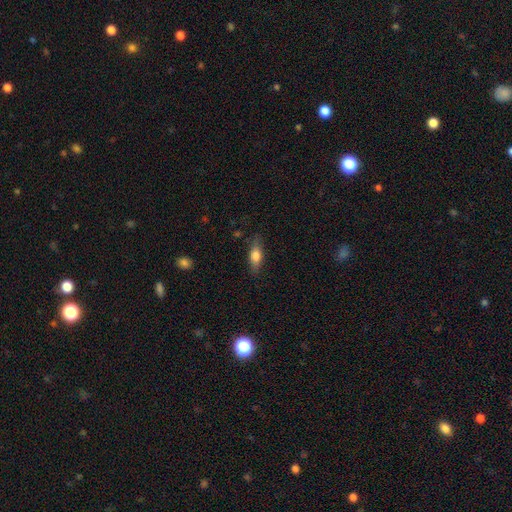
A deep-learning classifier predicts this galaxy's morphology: smooth_or_featured: smooth (p=0.70) [alt: featured or disk p=0.23]
how_rounded: in between (p=0.65) [alt: cigar-shaped p=0.31]
merging: none (p=0.79) [alt: minor disturbance p=0.15]